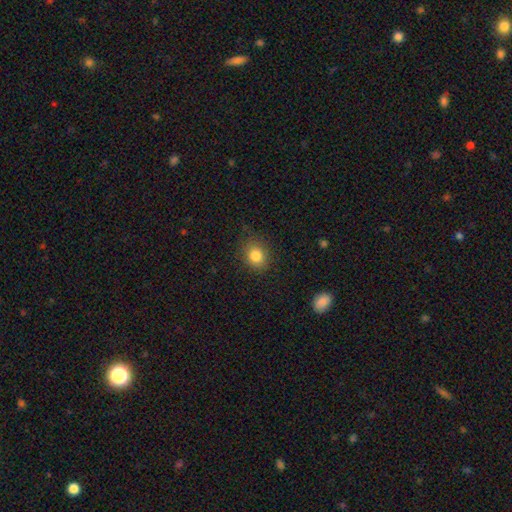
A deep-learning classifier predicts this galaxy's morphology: smooth 83%, star or artifact 11%, featured or disk 6%. Down the decision tree: how rounded — round (65%); merging — none (83%).